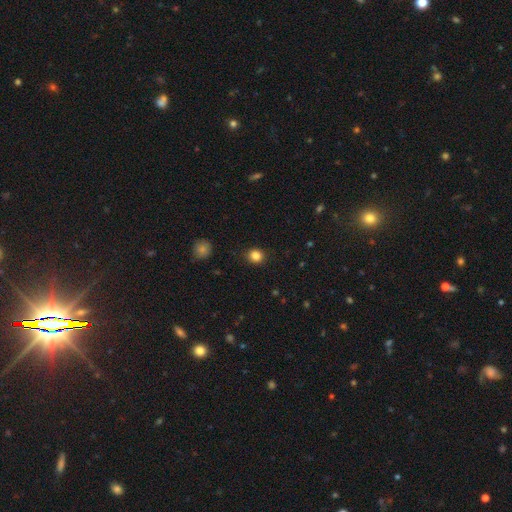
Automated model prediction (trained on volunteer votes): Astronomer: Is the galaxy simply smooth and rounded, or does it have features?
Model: smooth — 84%.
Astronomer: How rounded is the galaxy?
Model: round — 80%.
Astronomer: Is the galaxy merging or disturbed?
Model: none — 89%.